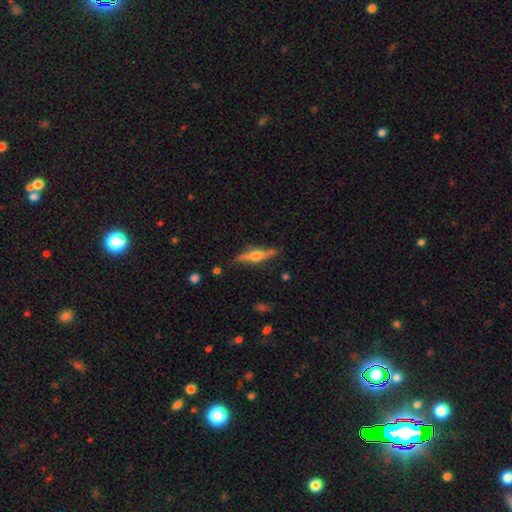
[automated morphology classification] A featured or disk galaxy (67%) viewed edge-on (95%) with a rounded central bulge (92%).

Vote fractions:
- Smooth or featured? featured or disk: 67% / smooth: 28% / star or artifact: 6%
- Edge-on disk? yes: 95% / no: 5%
- Edge-on bulge? rounded: 92% / boxy: 5% / none: 3%
- Merging? none: 83% / minor disturbance: 13% / major disturbance: 2% / merger: 2%